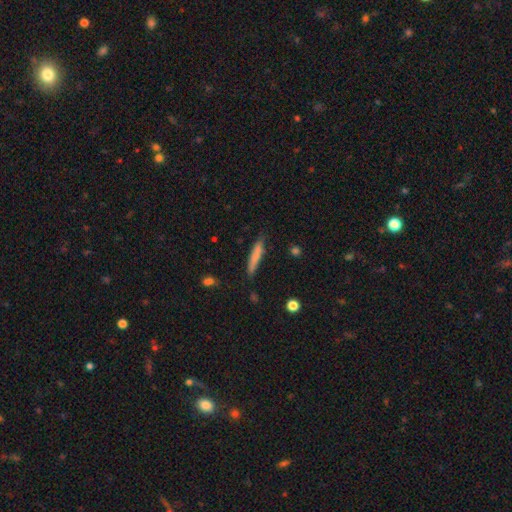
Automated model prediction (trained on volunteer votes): Smooth or featured?
  - smooth: 77% *
  - featured or disk: 17%
  - star or artifact: 7%
How rounded?
  - cigar-shaped: 90% *
  - in between: 8%
  - round: 1%
Merging?
  - none: 76% *
  - minor disturbance: 18%
  - major disturbance: 3%
  - merger: 2%